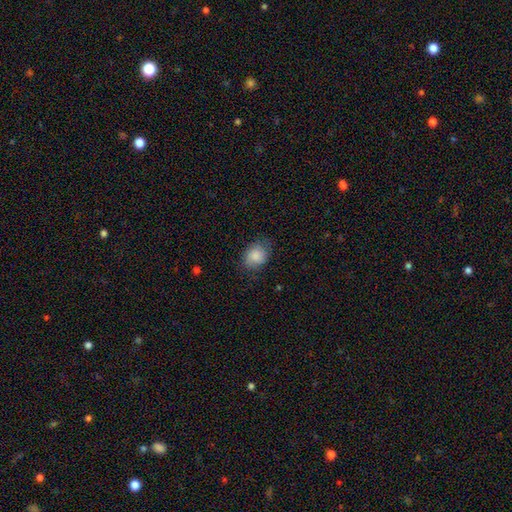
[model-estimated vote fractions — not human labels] A smooth galaxy with no disk features (82%) that is in between round and cigar-shaped (58%). Merging: none (69%).